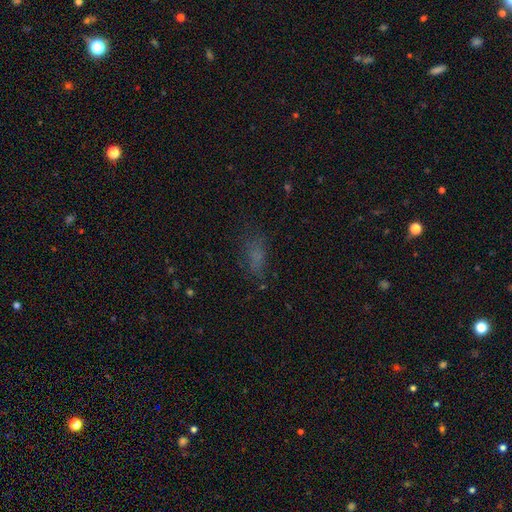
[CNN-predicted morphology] smooth-or-featured: smooth: 64% | star or artifact: 22% | featured or disk: 14%
  how-rounded: in between: 72% | cigar-shaped: 21% | round: 6%
  merging: none: 63% | minor disturbance: 21% | major disturbance: 14% | merger: 2%